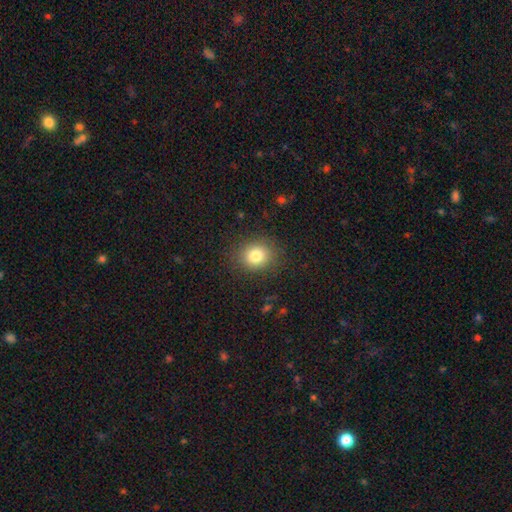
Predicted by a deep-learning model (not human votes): Overall: smooth (81%). How rounded: round (73%). Merging: none (87%).